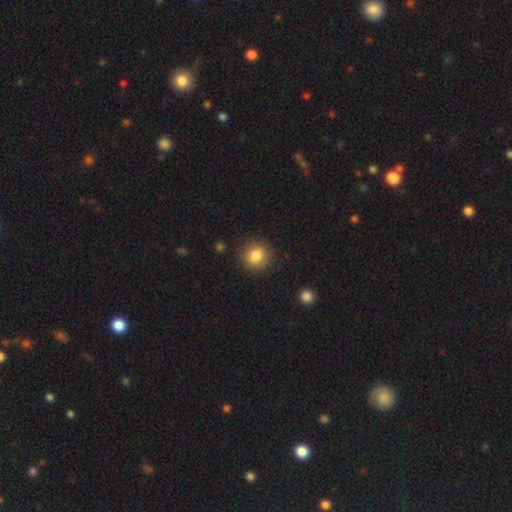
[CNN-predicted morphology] Smooth or featured? smooth (84%)
How rounded? round (88%)
Merging? none (88%)